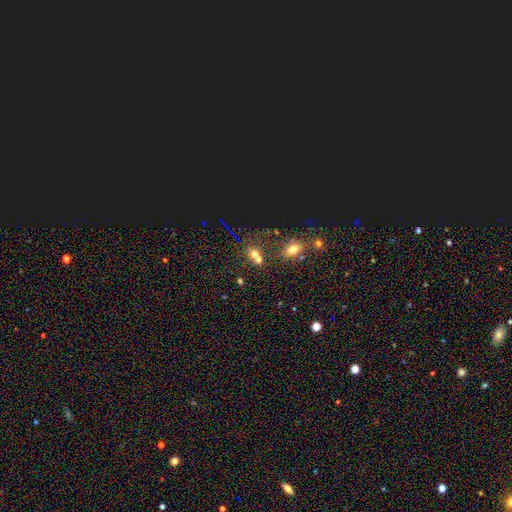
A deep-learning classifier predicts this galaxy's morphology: This appears to be a smooth galaxy with no disk features (59%) that is round (59%). Merging: merger (46%).